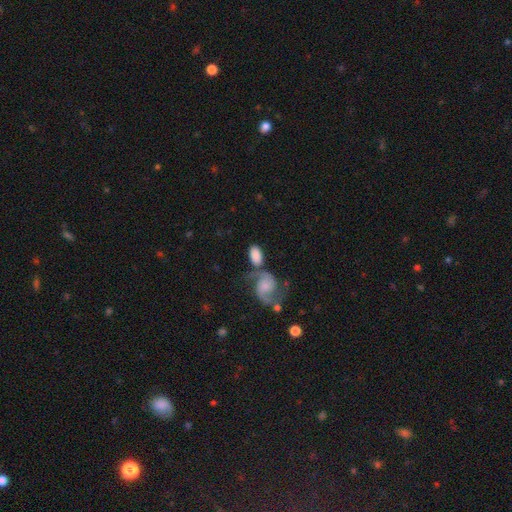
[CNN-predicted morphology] Smooth or featured: smooth — 63% (featured or disk — 30%)
How rounded: in between — 90% (round — 7%)
Merging: none — 39% (merger — 37%)